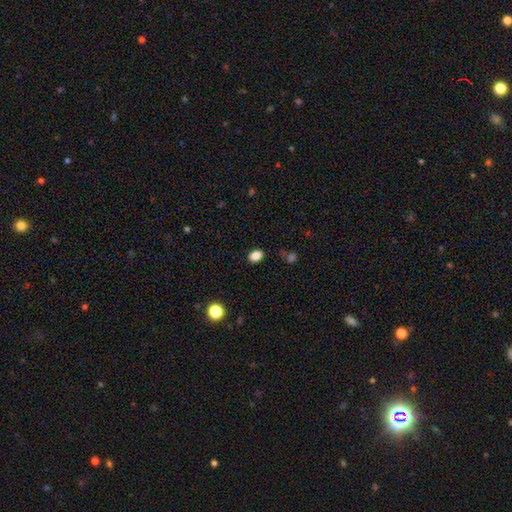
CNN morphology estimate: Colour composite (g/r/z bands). It shows a smooth galaxy with no disk features (85%) that is in between round and cigar-shaped (74%). Merging: none (86%).